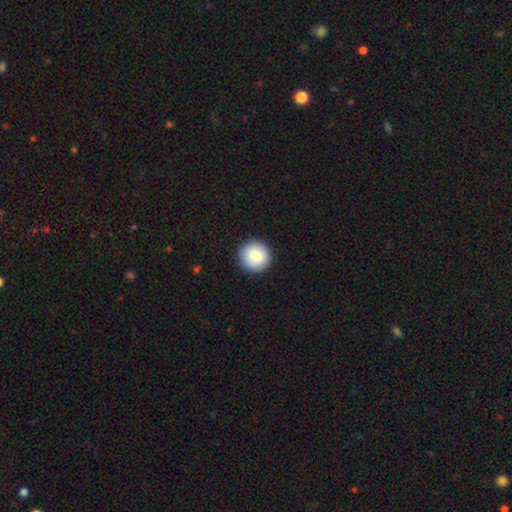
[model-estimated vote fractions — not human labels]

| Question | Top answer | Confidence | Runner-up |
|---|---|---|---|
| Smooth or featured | smooth | 83% | featured or disk (9%) |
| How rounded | round | 94% | in between (5%) |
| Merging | none | 92% | minor disturbance (6%) |